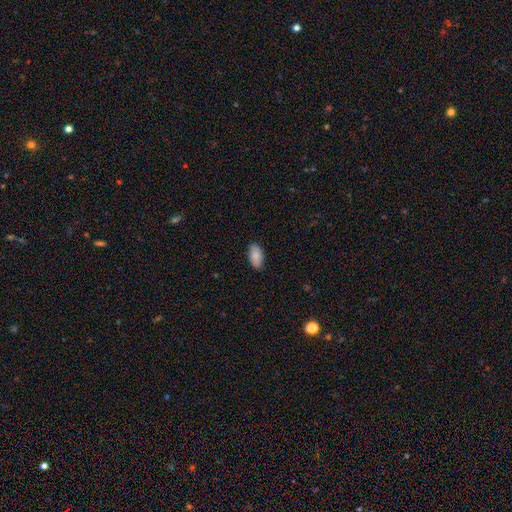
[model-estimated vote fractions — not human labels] Smooth or featured?
  - smooth: 85% *
  - featured or disk: 9%
  - star or artifact: 6%
How rounded?
  - in between: 95% *
  - round: 3%
  - cigar-shaped: 3%
Merging?
  - none: 87% *
  - minor disturbance: 10%
  - major disturbance: 2%
  - merger: 1%